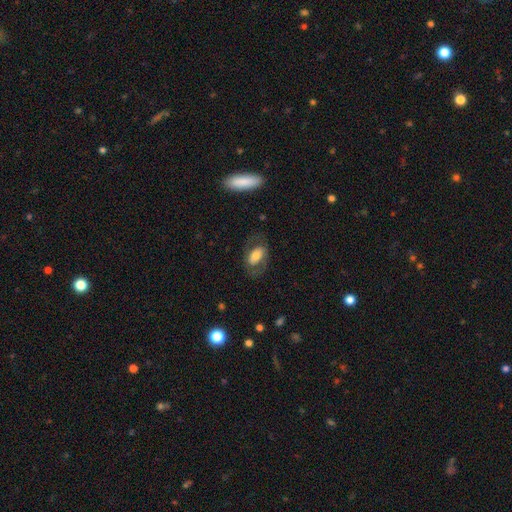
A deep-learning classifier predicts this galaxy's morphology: This appears to be a smooth galaxy with no disk features (53%) that is in between round and cigar-shaped (88%). Merging: none (67%).